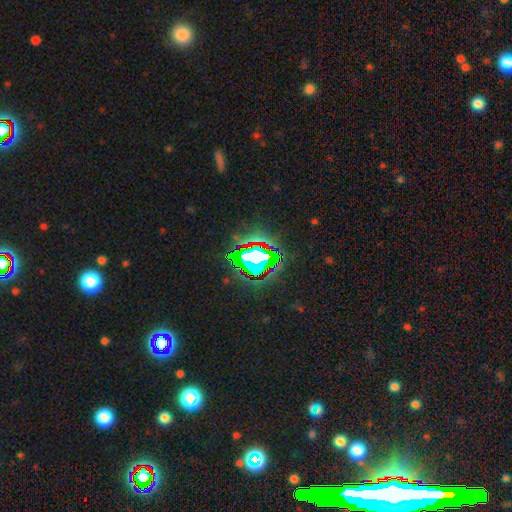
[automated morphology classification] Overall: star or artifact (71%).